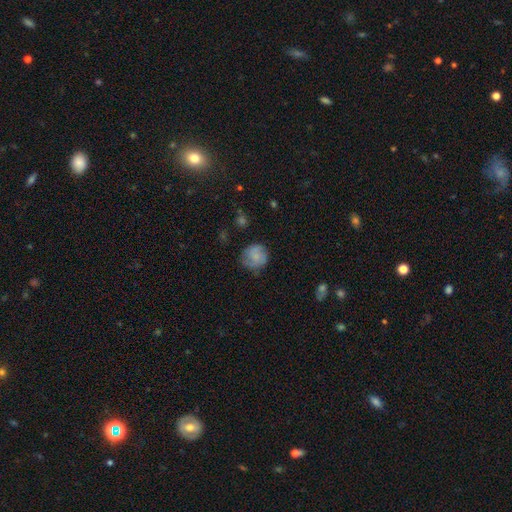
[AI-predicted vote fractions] A smooth galaxy with no disk features (61%) that is round (87%). Merging: none (70%).